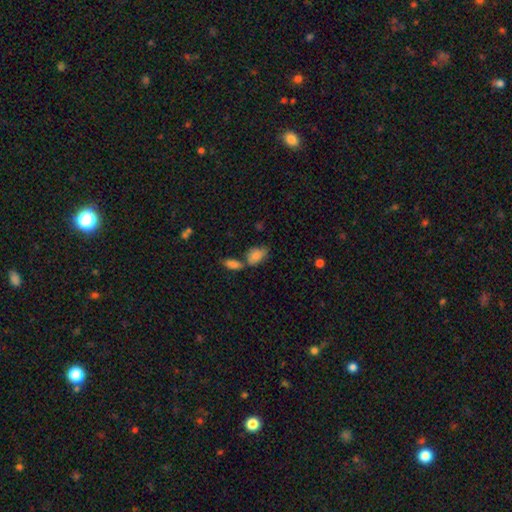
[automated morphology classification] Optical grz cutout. It shows a smooth galaxy with no disk features (82%) that is in between round and cigar-shaped (88%). Merging: none (49%).